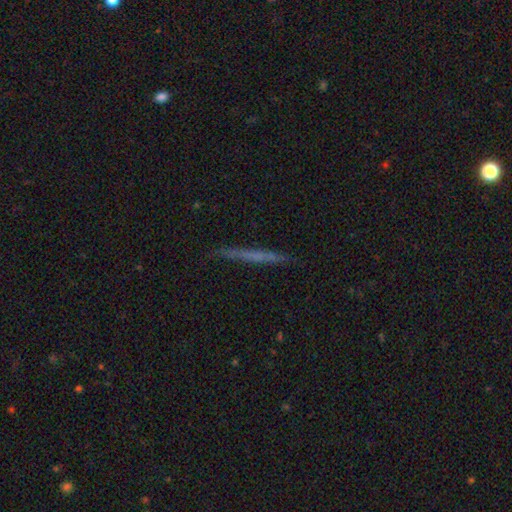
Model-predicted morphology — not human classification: This is possibly a featured or disk galaxy (49%). Merging: clearly none (89%).